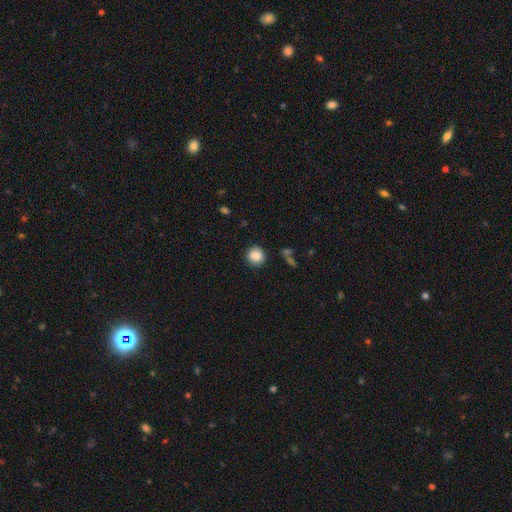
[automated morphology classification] smooth 87%, star or artifact 9%, featured or disk 4%. Down the decision tree: how rounded — round (91%); merging — none (88%).